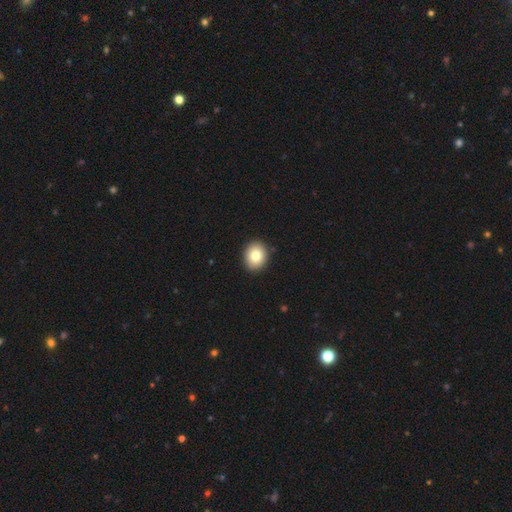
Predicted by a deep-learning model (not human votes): Overall: smooth (81%). How rounded: round (63%; in between 36%). Merging: none (91%).